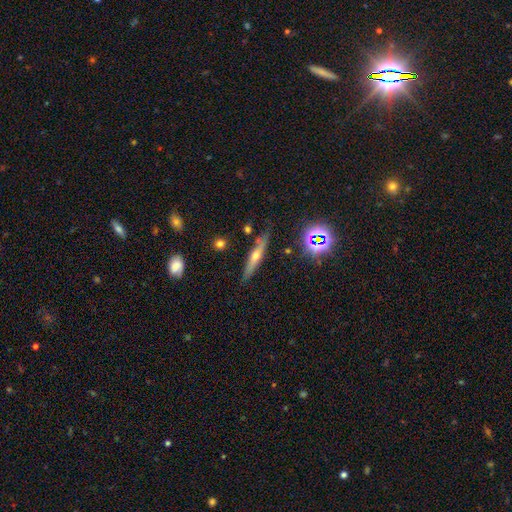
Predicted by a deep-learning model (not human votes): Morphology: type=featured or disk (58%); edge-on=yes (93%); edge-on bulge=rounded (88%); merging=none (84%).